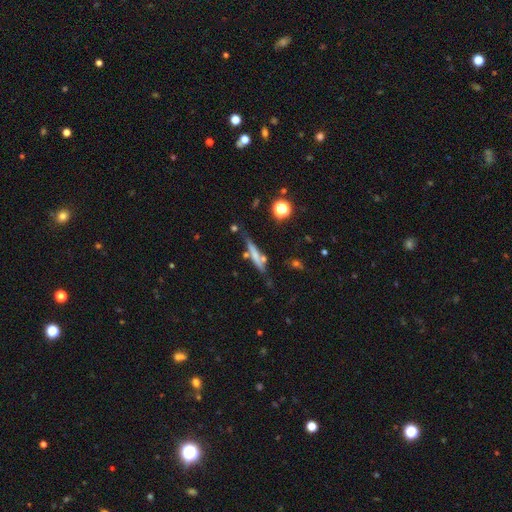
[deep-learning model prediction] Q: Smooth or featured?
A: smooth (51%); runner-up: featured or disk (39%)
Q: How rounded?
A: cigar-shaped (88%); runner-up: in between (9%)
Q: Merging?
A: none (66%); runner-up: minor disturbance (18%)